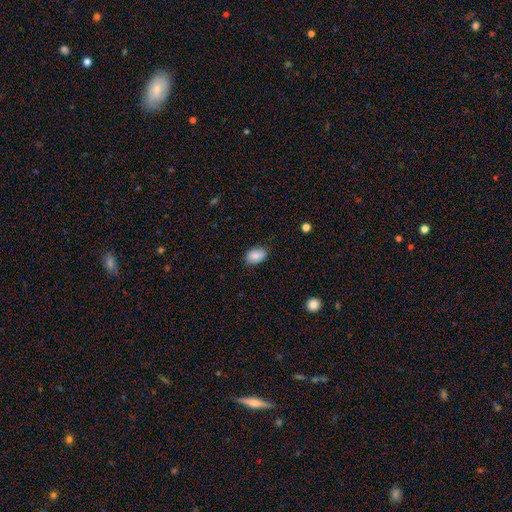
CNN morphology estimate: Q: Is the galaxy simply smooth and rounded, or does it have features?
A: smooth — 86%.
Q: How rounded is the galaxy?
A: in between — 86%.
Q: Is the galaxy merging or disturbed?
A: none — 80%.